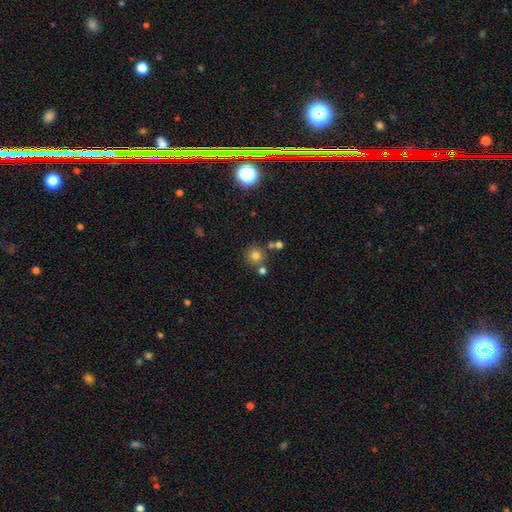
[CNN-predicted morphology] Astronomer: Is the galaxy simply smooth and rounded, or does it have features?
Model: smooth — 76%.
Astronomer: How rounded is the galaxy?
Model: round — 92%.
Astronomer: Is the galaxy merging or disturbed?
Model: none — 72%.